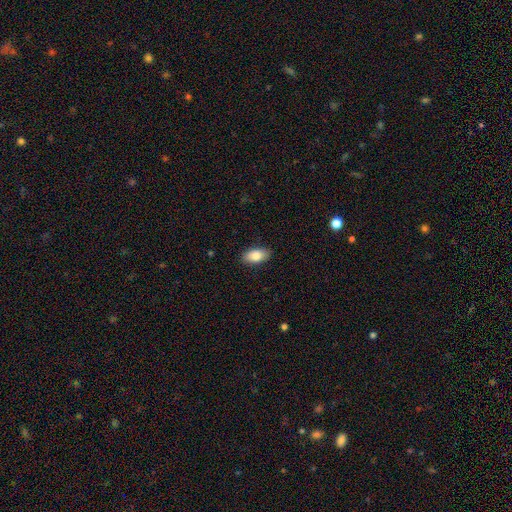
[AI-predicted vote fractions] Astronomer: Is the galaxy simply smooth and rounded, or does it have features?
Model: smooth — 85%.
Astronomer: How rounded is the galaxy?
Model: in between — 93%.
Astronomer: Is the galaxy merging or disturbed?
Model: none — 89%.